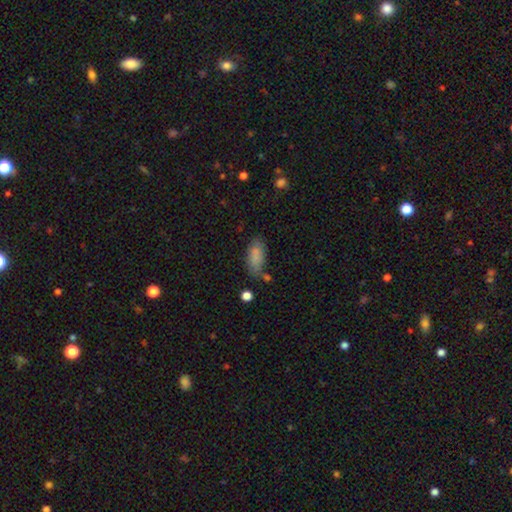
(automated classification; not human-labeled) Smooth or featured?
  - smooth: 83% *
  - featured or disk: 9%
  - star or artifact: 8%
How rounded?
  - in between: 88% *
  - cigar-shaped: 10%
  - round: 3%
Merging?
  - none: 63% *
  - minor disturbance: 22%
  - merger: 8%
  - major disturbance: 7%